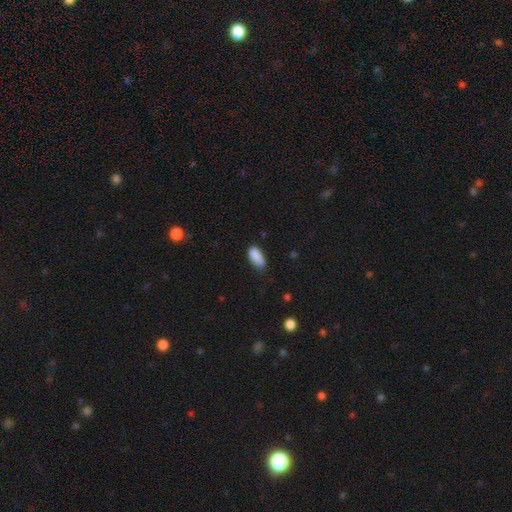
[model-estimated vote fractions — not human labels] A smooth galaxy with no disk features (86%) that is in between round and cigar-shaped (88%).

Vote fractions:
- Smooth or featured? smooth: 86% / star or artifact: 8% / featured or disk: 6%
- How rounded? in between: 88% / cigar-shaped: 9% / round: 3%
- Merging? none: 57% / minor disturbance: 34% / major disturbance: 6% / merger: 2%